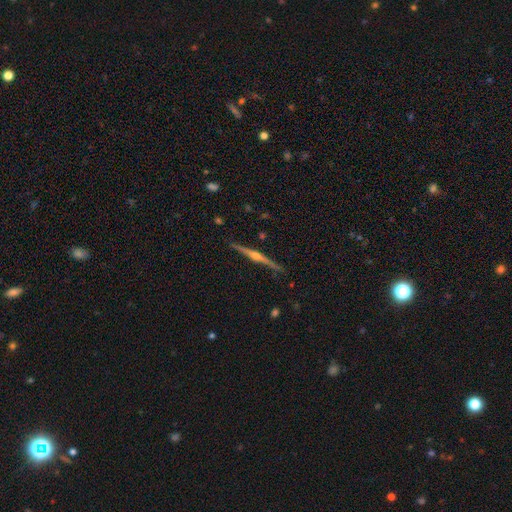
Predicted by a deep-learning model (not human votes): smooth-or-featured: featured or disk: 84% | smooth: 11% | star or artifact: 5%
  disk-edge-on: yes: 99% | no: 1%
    edge-on-bulge: rounded: 89% | boxy: 6% | none: 5%
  merging: none: 91% | minor disturbance: 7% | major disturbance: 1% | merger: 1%